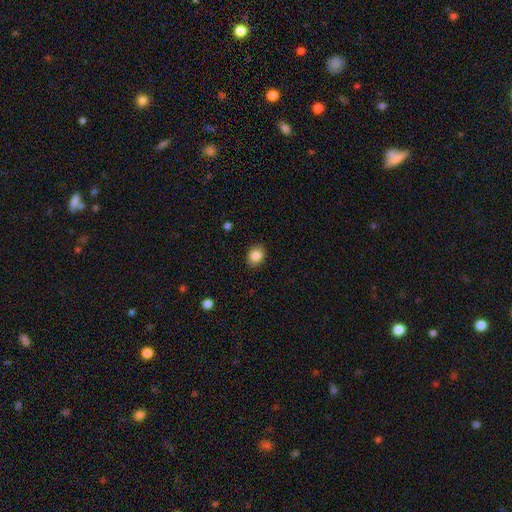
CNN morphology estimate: The model was most divided on "how rounded": round: 51%, in between: 48%, cigar-shaped: 1%. More confident: merging — none (88%); smooth or featured — smooth (86%).